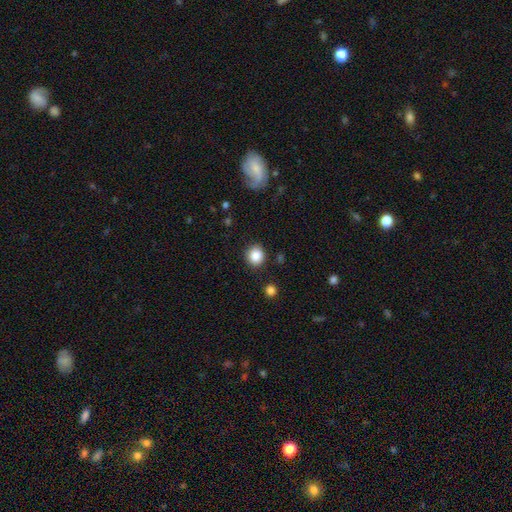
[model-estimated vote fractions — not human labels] This appears to be a smooth galaxy with no disk features (87%) that is round (85%). Merging: none (85%).